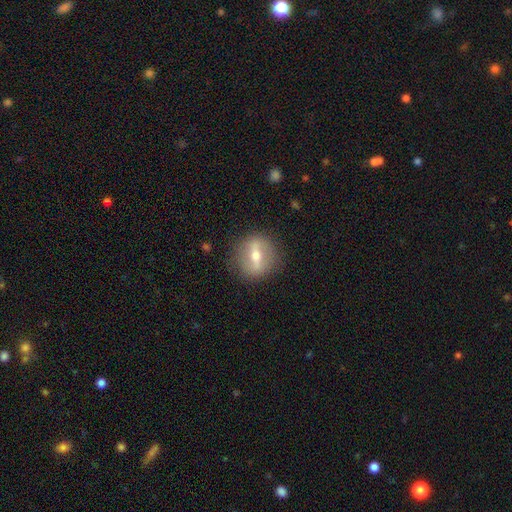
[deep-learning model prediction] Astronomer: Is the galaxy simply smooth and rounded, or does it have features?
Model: featured or disk — 61%.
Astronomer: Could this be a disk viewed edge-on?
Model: no — 66%.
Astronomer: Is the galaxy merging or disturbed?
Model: none — 85%.